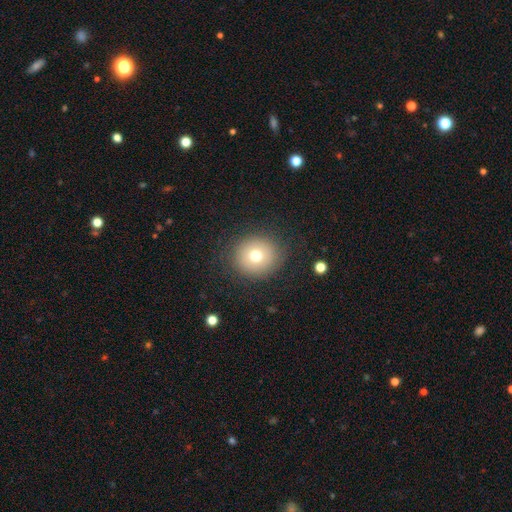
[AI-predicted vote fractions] A smooth galaxy with no disk features (71%) that is round (89%). Merging: none (87%).